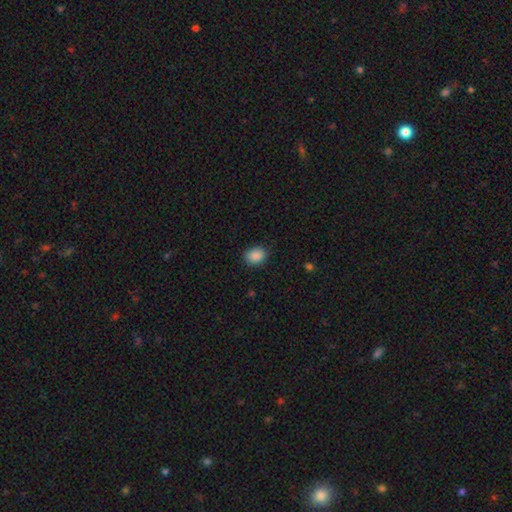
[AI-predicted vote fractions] smooth 88%, star or artifact 8%, featured or disk 3%. Down the decision tree: how rounded — in between (56%); merging — none (85%).